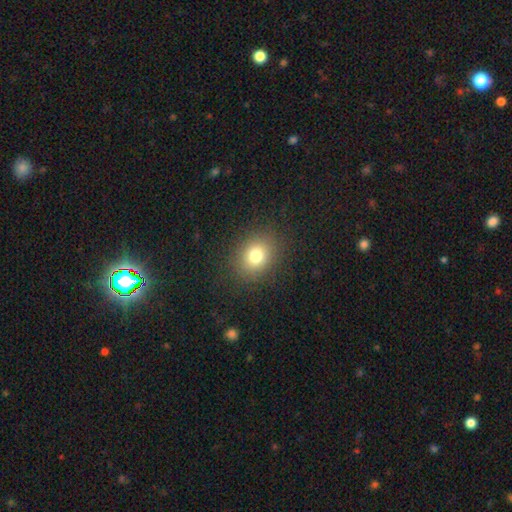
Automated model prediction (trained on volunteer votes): Morphology: type=smooth (78%); roundness=round (60%); merging=none (87%).